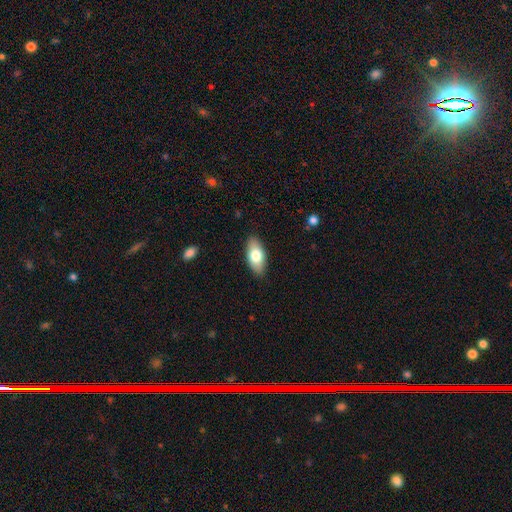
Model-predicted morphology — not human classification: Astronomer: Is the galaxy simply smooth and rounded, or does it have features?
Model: smooth — 75%.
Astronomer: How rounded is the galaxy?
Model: in between — 91%.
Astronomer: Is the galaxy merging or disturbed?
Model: none — 87%.